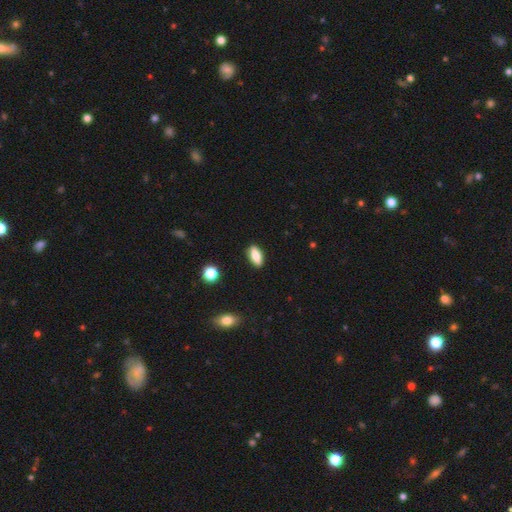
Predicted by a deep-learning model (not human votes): Smooth or featured: smooth — 77% (featured or disk — 15%)
How rounded: in between — 78% (cigar-shaped — 18%)
Merging: none — 87% (minor disturbance — 9%)